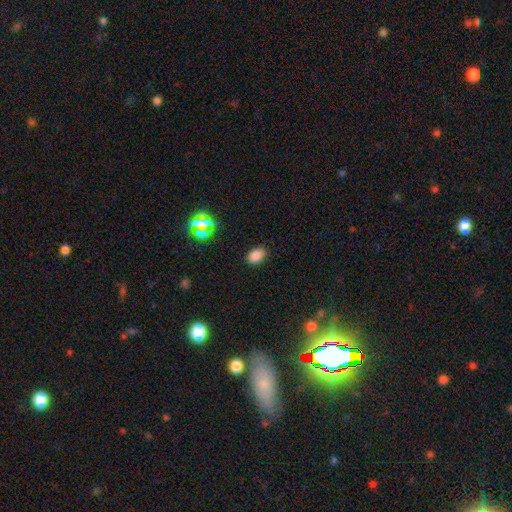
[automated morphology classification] smooth_or_featured: smooth (p=0.80) [alt: star or artifact p=0.15]
how_rounded: in between (p=0.79) [alt: round p=0.20]
merging: none (p=0.84) [alt: minor disturbance p=0.12]